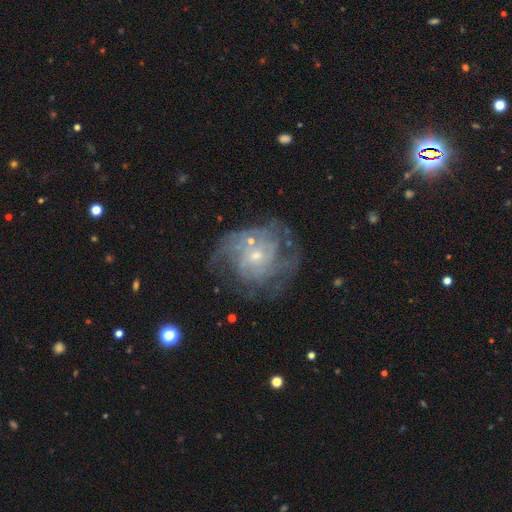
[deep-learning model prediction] smooth-or-featured: featured or disk: 81% | smooth: 12% | star or artifact: 8%
  disk-edge-on: no: 98% | yes: 2%
    bar: no: 73% | weak: 23% | strong: 3%
    has-spiral-arms: yes: 86% | no: 14%
      spiral-winding: tight: 49% | medium: 36% | loose: 15%
      spiral-arm-count: can't tell: 41% | 2: 19% | 3: 17% | 4: 11% | 1: 6% | more than 4: 6%
    bulge-size: small: 68% | moderate: 27% | none: 3% | large: 2% | dominant: 1%
  merging: none: 56% | minor disturbance: 20% | major disturbance: 19% | merger: 5%